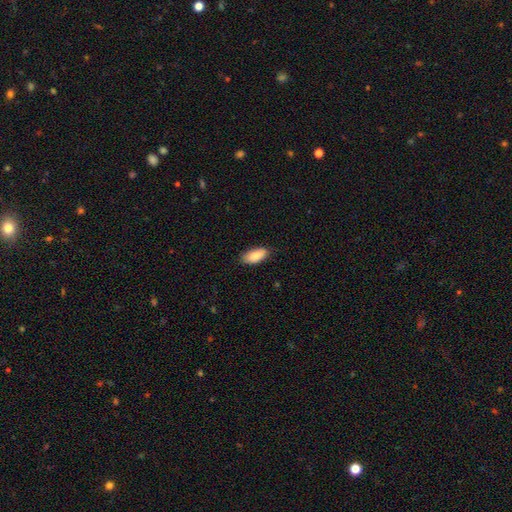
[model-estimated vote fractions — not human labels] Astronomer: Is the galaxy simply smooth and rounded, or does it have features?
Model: smooth — 85%.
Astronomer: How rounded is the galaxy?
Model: in between — 90%.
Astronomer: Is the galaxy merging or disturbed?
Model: none — 83%.